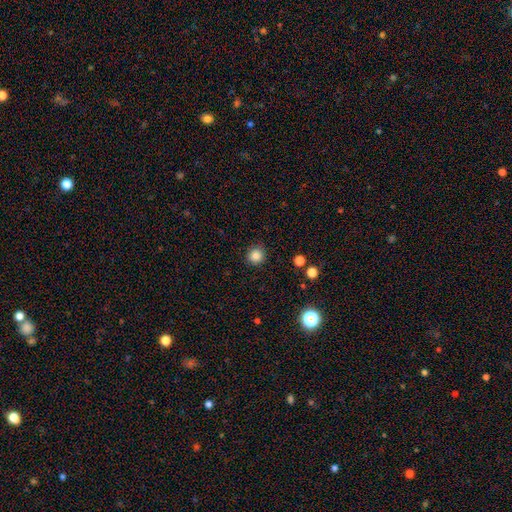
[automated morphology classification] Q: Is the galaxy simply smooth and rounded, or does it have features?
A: smooth — 85%.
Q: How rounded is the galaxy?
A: round — 92%.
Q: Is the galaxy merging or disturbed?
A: none — 90%.